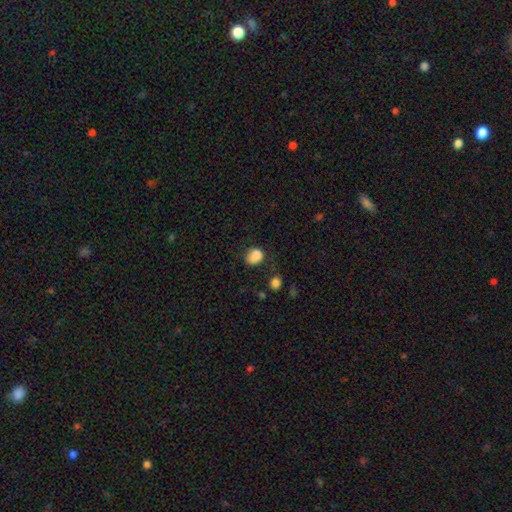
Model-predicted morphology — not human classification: smooth-or-featured: smooth: 85% | star or artifact: 10% | featured or disk: 6%
  how-rounded: in between: 52% | round: 47% | cigar-shaped: 1%
  merging: none: 52% | minor disturbance: 31% | major disturbance: 12% | merger: 5%